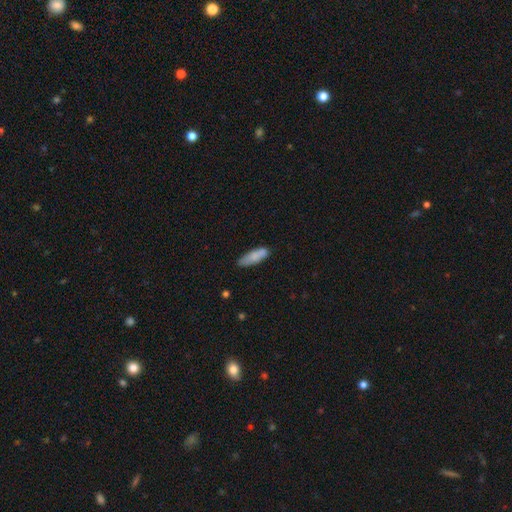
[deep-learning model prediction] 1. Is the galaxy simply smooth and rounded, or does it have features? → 82% smooth, 11% featured or disk, 6% star or artifact.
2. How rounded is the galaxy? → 50% in between, 48% cigar-shaped, 2% round.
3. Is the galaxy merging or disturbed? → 73% none, 21% minor disturbance, 4% major disturbance, 3% merger.